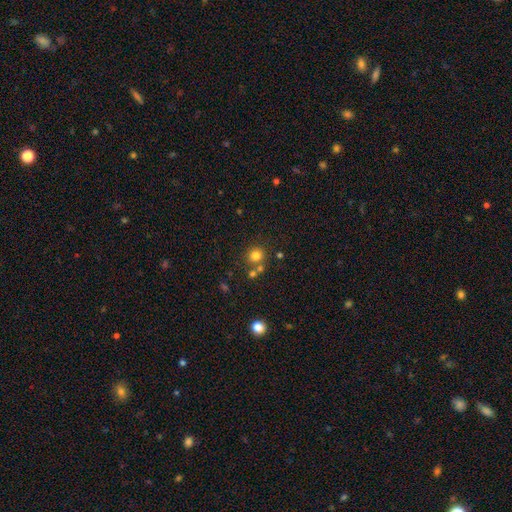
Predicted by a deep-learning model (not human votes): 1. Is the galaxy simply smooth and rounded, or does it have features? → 78% smooth, 15% star or artifact, 7% featured or disk.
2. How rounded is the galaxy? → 89% round, 10% in between, 1% cigar-shaped.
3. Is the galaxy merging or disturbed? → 70% none, 19% merger, 8% minor disturbance, 3% major disturbance.